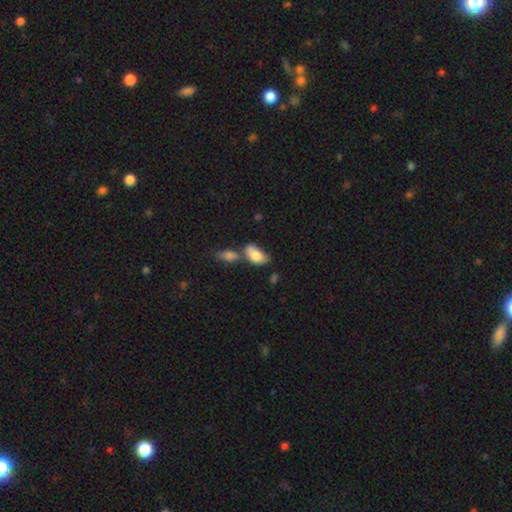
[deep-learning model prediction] The model was most divided on "merging": merger: 43%, none: 31%, minor disturbance: 17%, major disturbance: 8%. More confident: how rounded — in between (90%); smooth or featured — smooth (79%).